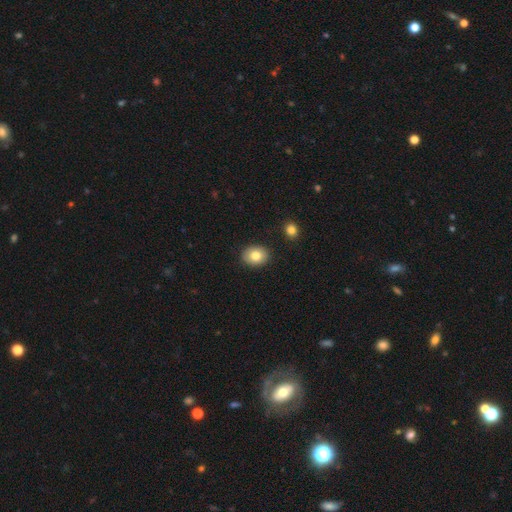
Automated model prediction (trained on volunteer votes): This is clearly a smooth galaxy (82%). How rounded: possibly in between (53%). Merging: clearly none (89%).